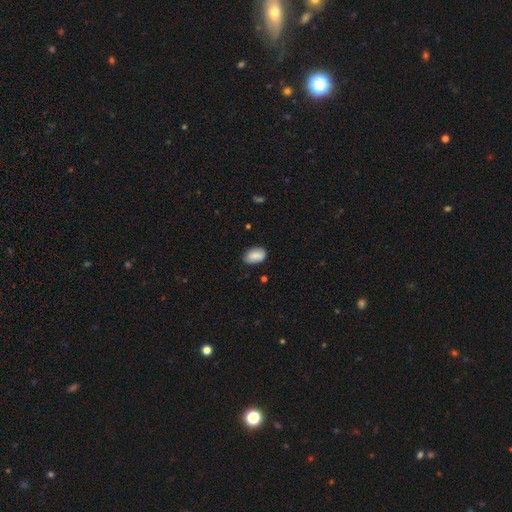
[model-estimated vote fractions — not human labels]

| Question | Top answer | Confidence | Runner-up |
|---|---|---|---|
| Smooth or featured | smooth | 84% | featured or disk (9%) |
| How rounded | in between | 91% | round (7%) |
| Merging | none | 76% | minor disturbance (19%) |